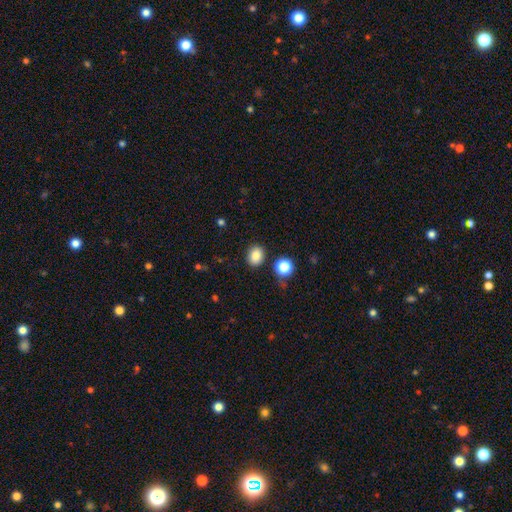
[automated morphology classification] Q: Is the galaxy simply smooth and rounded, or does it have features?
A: smooth — 84%.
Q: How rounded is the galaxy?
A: round — 54%.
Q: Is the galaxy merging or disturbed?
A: none — 85%.